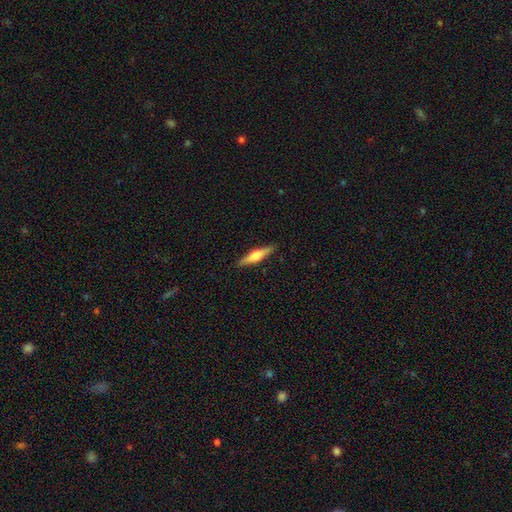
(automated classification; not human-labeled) Smooth or featured? featured or disk (53%)
Edge-on disk? yes (96%)
Edge-on bulge? rounded (89%)
Merging? none (90%)